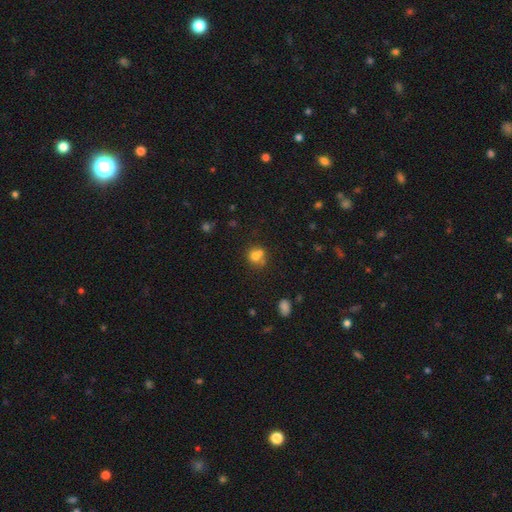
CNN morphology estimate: smooth-or-featured: smooth: 70% | featured or disk: 16% | star or artifact: 14%
  how-rounded: round: 74% | in between: 25% | cigar-shaped: 1%
  merging: merger: 44% | none: 39% | minor disturbance: 12% | major disturbance: 5%